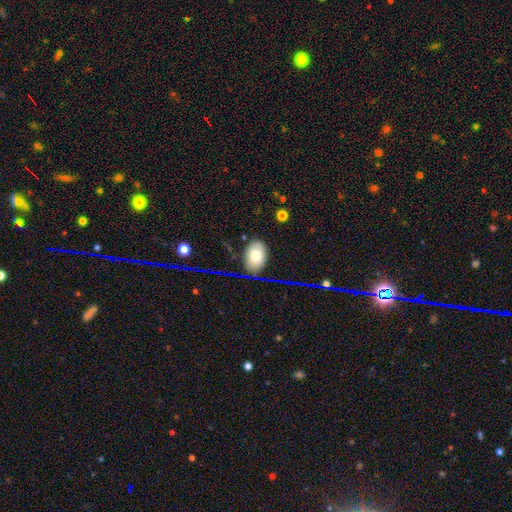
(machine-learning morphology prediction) Q: Smooth or featured?
A: smooth (76%); runner-up: featured or disk (13%)
Q: How rounded?
A: in between (90%); runner-up: round (9%)
Q: Merging?
A: none (81%); runner-up: minor disturbance (14%)